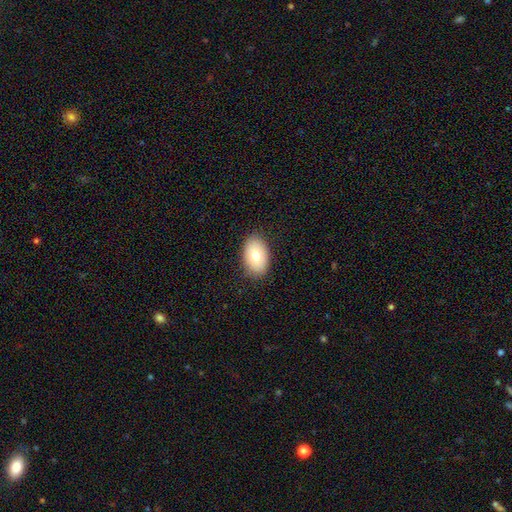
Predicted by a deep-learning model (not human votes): smooth 76%, featured or disk 16%, star or artifact 8%. Down the decision tree: how rounded — in between (91%); merging — none (87%).